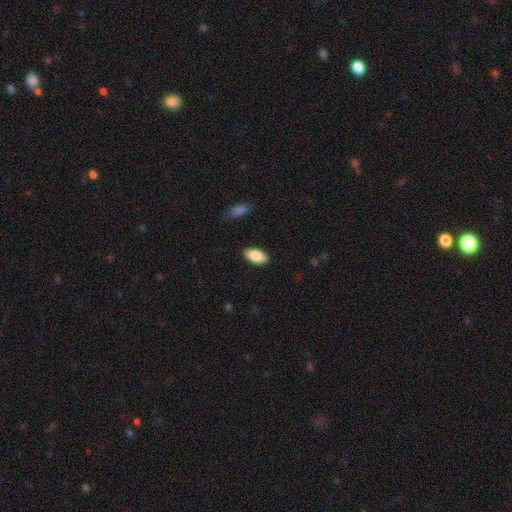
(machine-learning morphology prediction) A smooth galaxy with no disk features (85%) that is in between round and cigar-shaped (93%). Merging: none (88%).